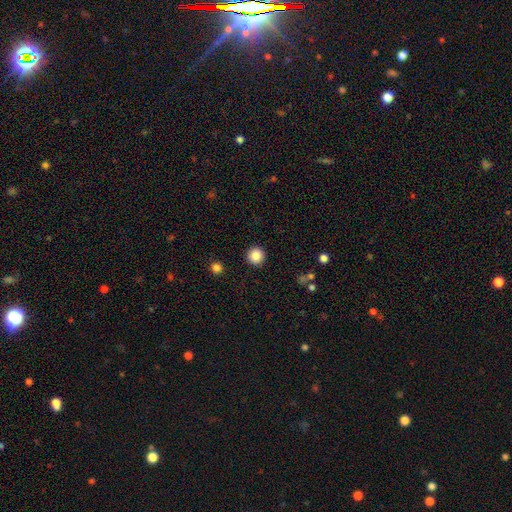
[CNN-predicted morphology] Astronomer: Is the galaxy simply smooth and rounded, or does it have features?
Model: smooth — 86%.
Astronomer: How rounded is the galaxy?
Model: round — 96%.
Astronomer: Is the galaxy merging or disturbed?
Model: none — 92%.